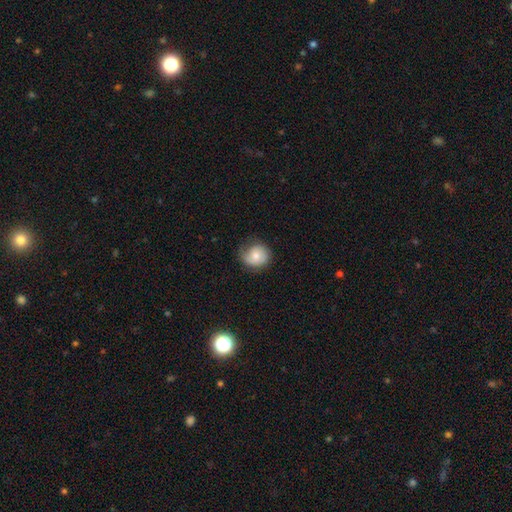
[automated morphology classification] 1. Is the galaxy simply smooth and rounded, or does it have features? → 64% smooth, 28% featured or disk, 8% star or artifact.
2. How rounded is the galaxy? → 80% round, 19% in between, 1% cigar-shaped.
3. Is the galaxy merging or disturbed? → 63% none, 27% minor disturbance, 10% major disturbance, 1% merger.